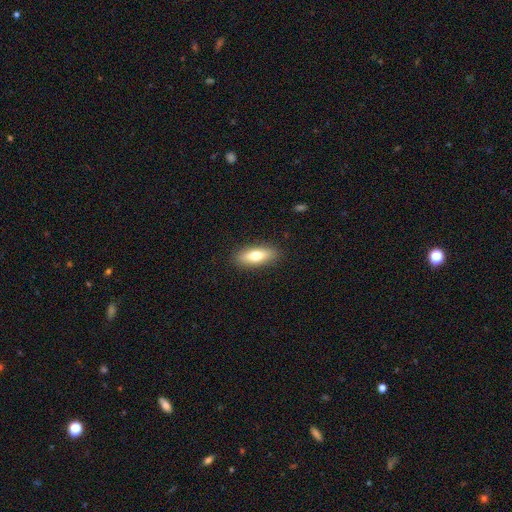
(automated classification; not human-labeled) A smooth galaxy with no disk features (70%) that is in between round and cigar-shaped (62%).

Vote fractions:
- Smooth or featured? smooth: 70% / featured or disk: 24% / star or artifact: 7%
- How rounded? in between: 62% / cigar-shaped: 35% / round: 3%
- Merging? none: 89% / minor disturbance: 8% / major disturbance: 2% / merger: 1%